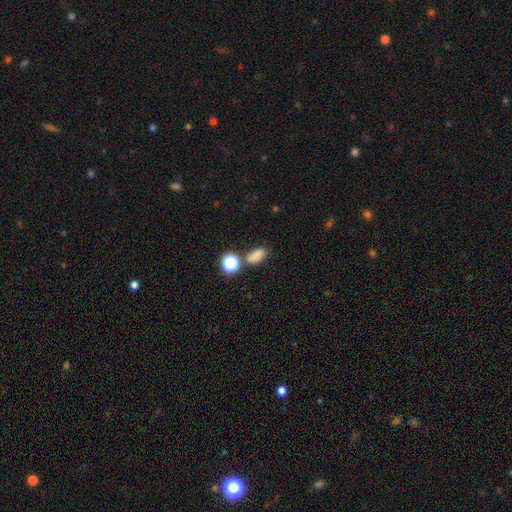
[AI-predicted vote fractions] Q: Smooth or featured?
A: smooth (78%); runner-up: star or artifact (16%)
Q: How rounded?
A: in between (81%); runner-up: round (15%)
Q: Merging?
A: none (68%); runner-up: minor disturbance (15%)